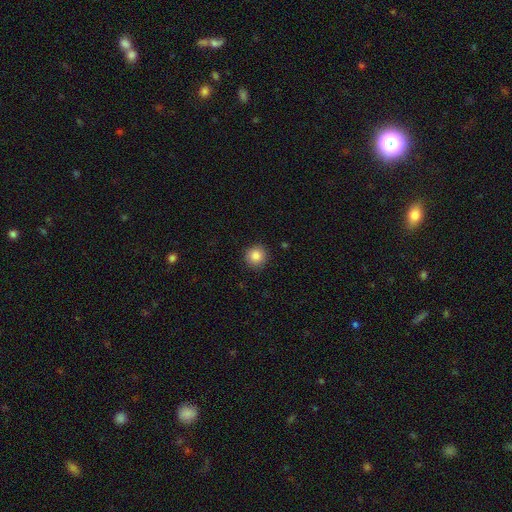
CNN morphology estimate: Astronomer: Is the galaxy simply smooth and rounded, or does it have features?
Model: smooth — 86%.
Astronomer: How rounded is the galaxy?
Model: round — 94%.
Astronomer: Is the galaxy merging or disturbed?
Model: none — 91%.